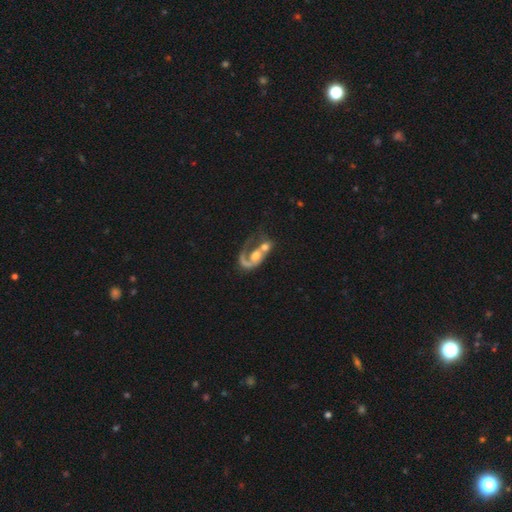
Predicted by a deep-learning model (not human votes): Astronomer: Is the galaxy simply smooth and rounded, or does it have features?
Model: featured or disk — 74%.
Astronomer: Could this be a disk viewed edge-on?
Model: no — 96%.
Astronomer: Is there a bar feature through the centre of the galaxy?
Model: no — 72%.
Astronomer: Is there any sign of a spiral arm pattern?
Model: yes — 76%.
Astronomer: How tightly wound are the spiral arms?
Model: loose — 50% (runner-up: medium, 30%).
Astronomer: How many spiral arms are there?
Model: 1 — 81%.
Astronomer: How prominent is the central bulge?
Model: moderate — 51%.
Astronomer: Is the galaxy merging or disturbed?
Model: merger — 59%.